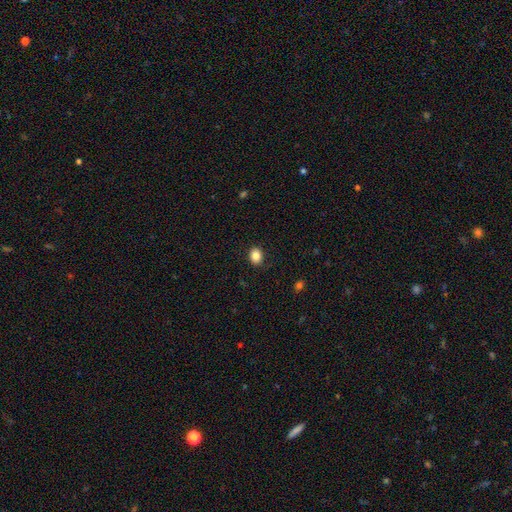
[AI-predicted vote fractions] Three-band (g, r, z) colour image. It shows a smooth galaxy with no disk features (85%) that is in between round and cigar-shaped (54%). Merging: none (88%).